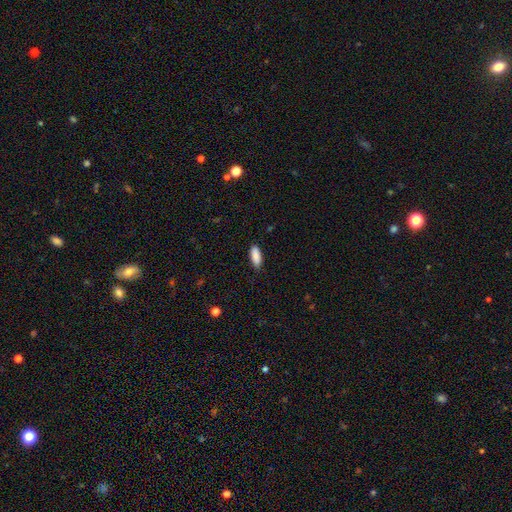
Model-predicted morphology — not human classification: Smooth or featured?
  - smooth: 89% *
  - star or artifact: 6%
  - featured or disk: 5%
How rounded?
  - in between: 71% *
  - cigar-shaped: 28%
  - round: 2%
Merging?
  - none: 85% *
  - minor disturbance: 12%
  - major disturbance: 2%
  - merger: 1%